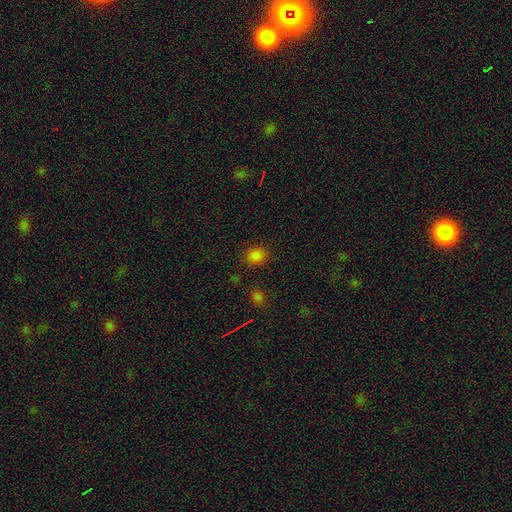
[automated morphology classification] Overall: smooth (79%). How rounded: round (72%). Merging: none (82%).